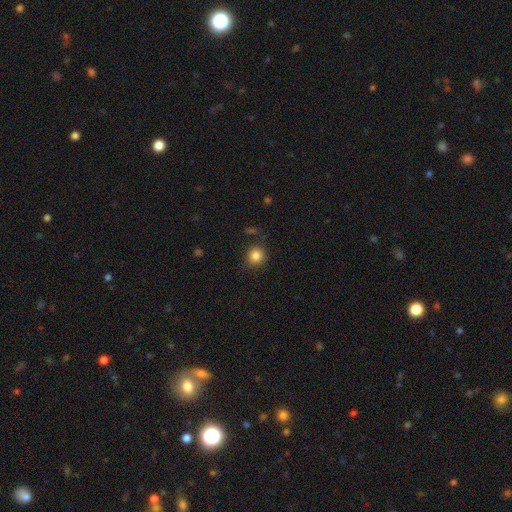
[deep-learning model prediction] smooth-or-featured: smooth: 84% | star or artifact: 11% | featured or disk: 5%
  how-rounded: round: 88% | in between: 11% | cigar-shaped: 1%
  merging: none: 85% | minor disturbance: 10% | major disturbance: 3% | merger: 2%